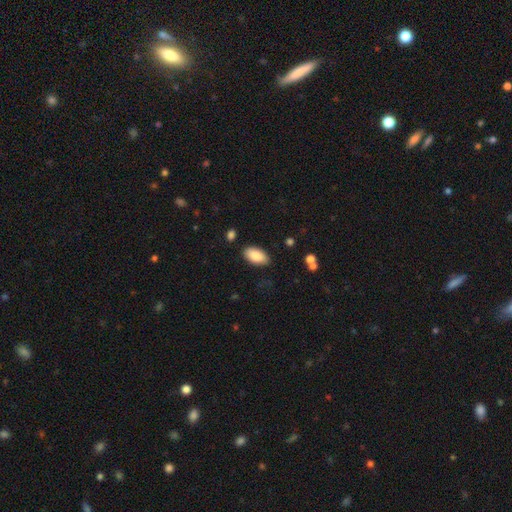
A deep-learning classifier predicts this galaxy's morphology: Smooth or featured?
  - smooth: 88% *
  - star or artifact: 6%
  - featured or disk: 5%
How rounded?
  - in between: 95% *
  - cigar-shaped: 3%
  - round: 2%
Merging?
  - none: 86% *
  - minor disturbance: 10%
  - major disturbance: 2%
  - merger: 2%